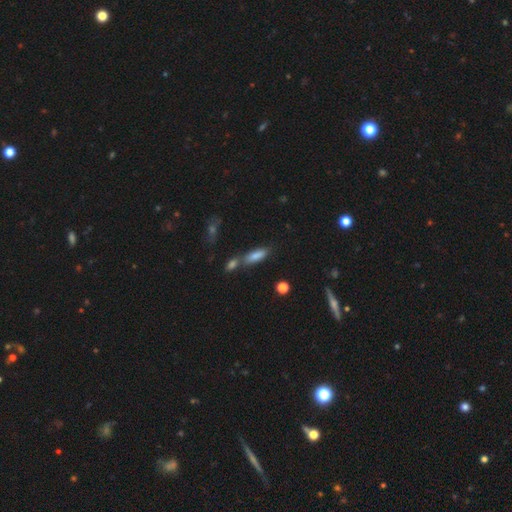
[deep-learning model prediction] Smooth or featured? smooth (73%)
How rounded? in between (49%)
Merging? none (53%)